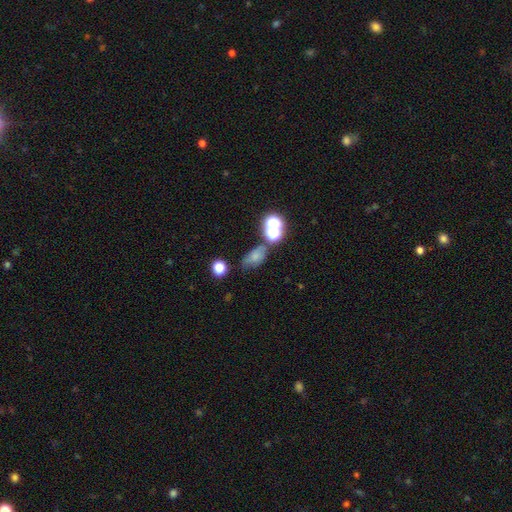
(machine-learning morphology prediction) Smooth or featured? smooth (61%)
How rounded? in between (79%)
Merging? none (49%)